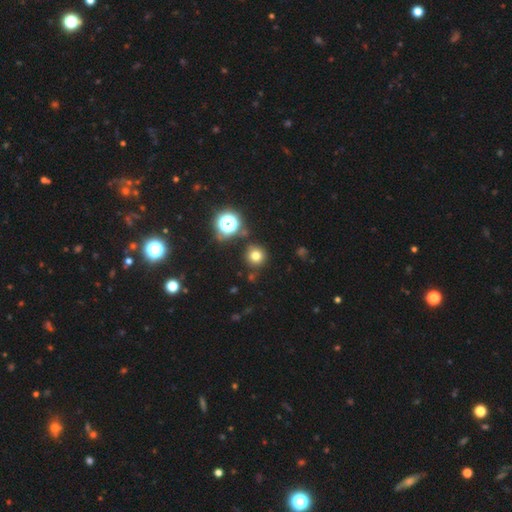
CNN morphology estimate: Smooth or featured? Predicted: smooth (p=0.74). How rounded? Predicted: round (p=0.94). Merging? Predicted: none (p=0.86).